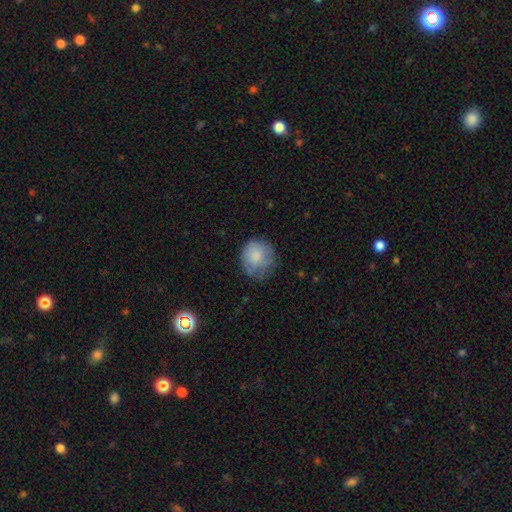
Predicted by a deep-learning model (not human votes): Q: Smooth or featured?
A: smooth (79%); runner-up: featured or disk (14%)
Q: How rounded?
A: round (81%); runner-up: in between (18%)
Q: Merging?
A: none (55%); runner-up: minor disturbance (30%)